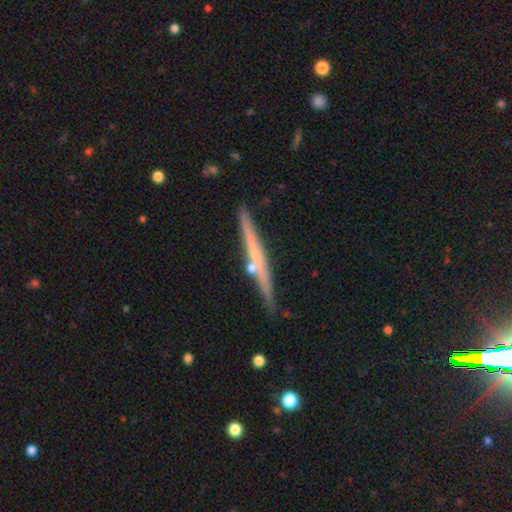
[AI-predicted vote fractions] Q: Smooth or featured?
A: featured or disk (59%); runner-up: smooth (35%)
Q: Edge-on disk?
A: yes (97%); runner-up: no (3%)
Q: Edge-on bulge?
A: none (61%); runner-up: rounded (34%)
Q: Merging?
A: none (82%); runner-up: minor disturbance (10%)